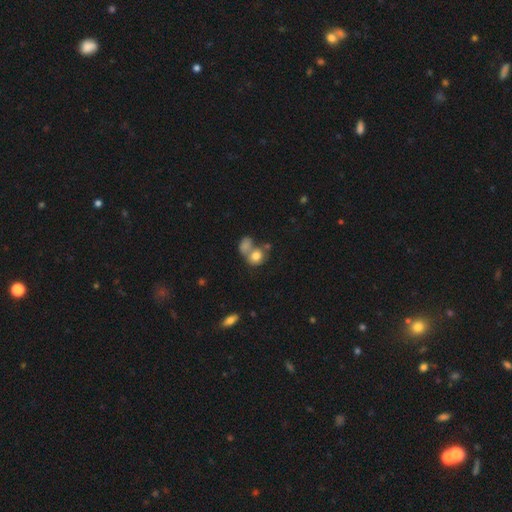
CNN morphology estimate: The model was most divided on "merging": merger: 48%, none: 33%, minor disturbance: 11%, major disturbance: 7%. More confident: smooth or featured — smooth (77%); how rounded — round (58%).